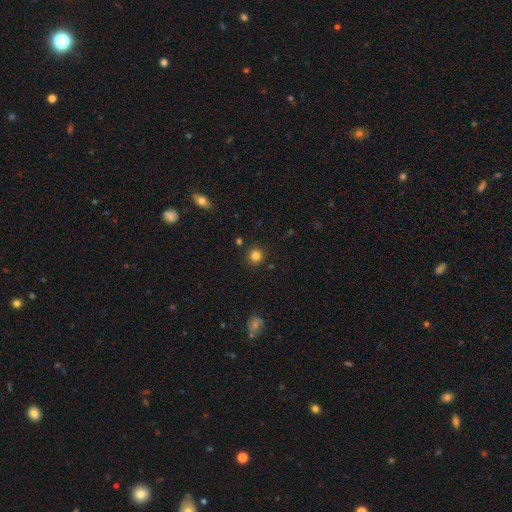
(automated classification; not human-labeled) Morphology: type=smooth (83%); roundness=round (93%); merging=none (89%).